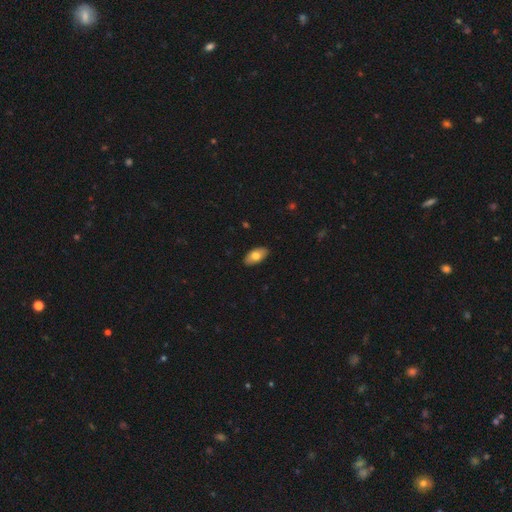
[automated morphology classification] Smooth or featured? smooth (74%)
How rounded? in between (94%)
Merging? none (89%)